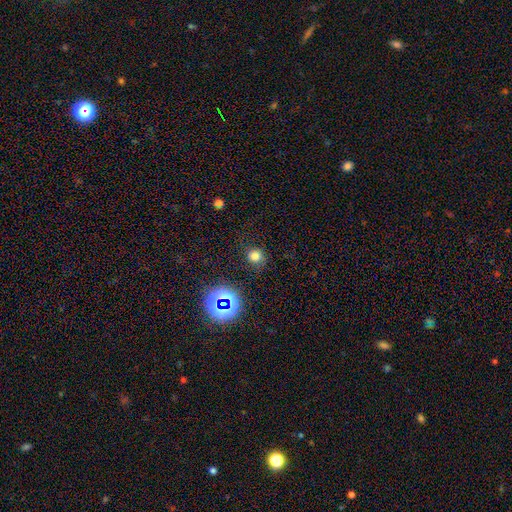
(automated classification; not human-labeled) Morphology: type=smooth (72%); roundness=round (89%); merging=none (81%).